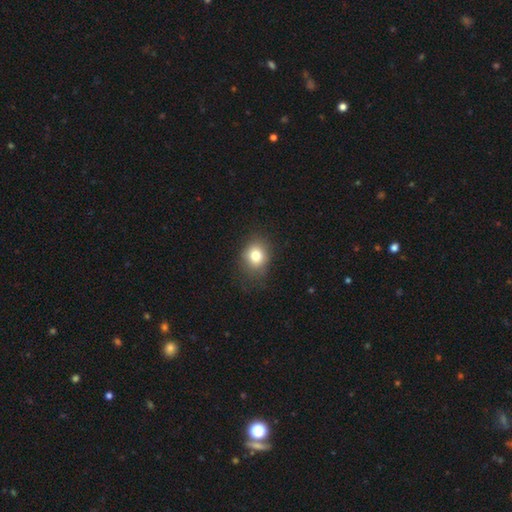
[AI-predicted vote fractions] smooth_or_featured: smooth (p=0.79) [alt: star or artifact p=0.12]
how_rounded: round (p=0.58) [alt: in between p=0.41]
merging: none (p=0.79) [alt: minor disturbance p=0.15]